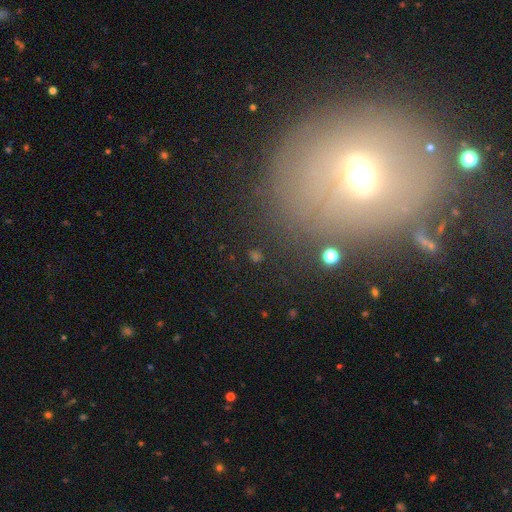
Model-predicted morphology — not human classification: Smooth or featured?
  - star or artifact: 42% *
  - smooth: 40%
  - featured or disk: 18%